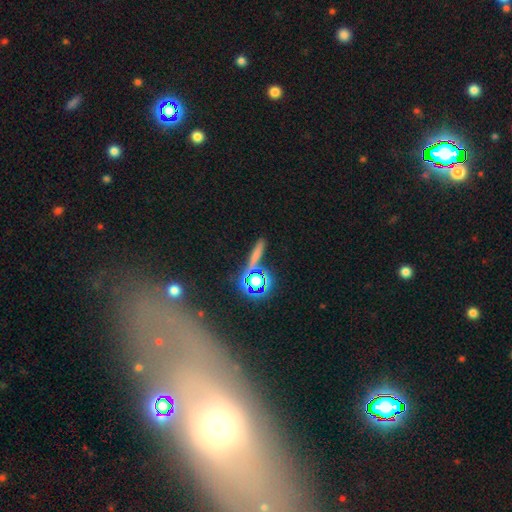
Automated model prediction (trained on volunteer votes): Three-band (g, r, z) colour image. It shows a smooth galaxy with no disk features (53%) that is cigar-shaped (74%). Merging: none (73%).